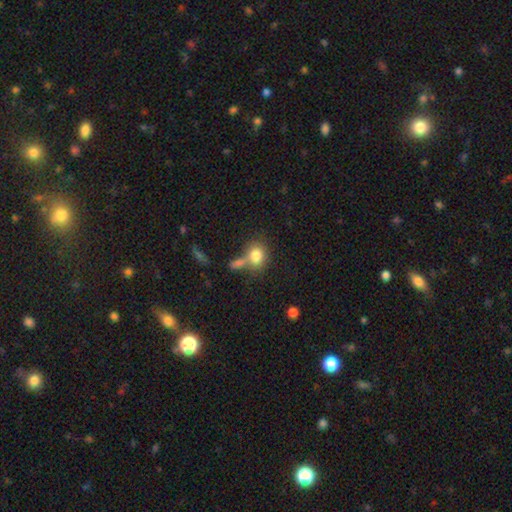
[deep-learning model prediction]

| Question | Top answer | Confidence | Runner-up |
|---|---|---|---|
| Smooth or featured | smooth | 80% | featured or disk (10%) |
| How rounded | round | 56% | in between (42%) |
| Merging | none | 47% | merger (33%) |